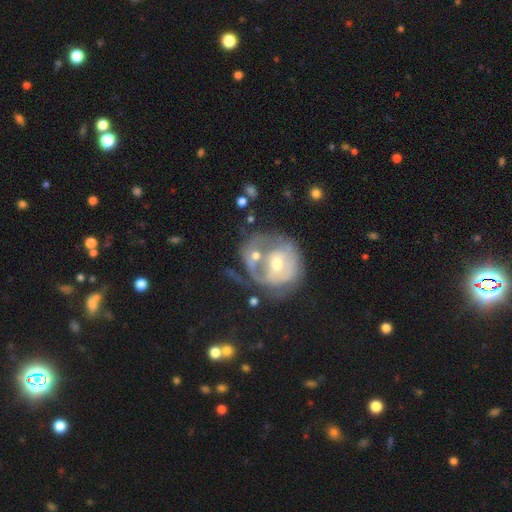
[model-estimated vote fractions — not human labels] This appears to be a featured or disk galaxy (60%) with no bar (70%), no spiral arms (56%) and a moderate central bulge (62%). Merging: merger (52%).